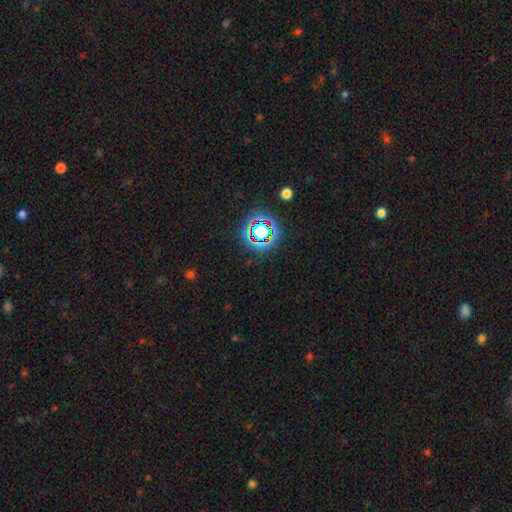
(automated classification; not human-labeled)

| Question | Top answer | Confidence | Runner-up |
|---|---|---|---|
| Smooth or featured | star or artifact | 73% | smooth (18%) |